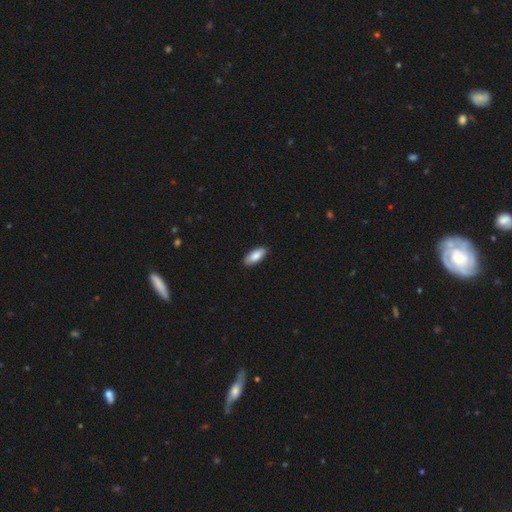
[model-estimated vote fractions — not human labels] Smooth or featured? smooth (87%)
How rounded? in between (88%)
Merging? none (88%)